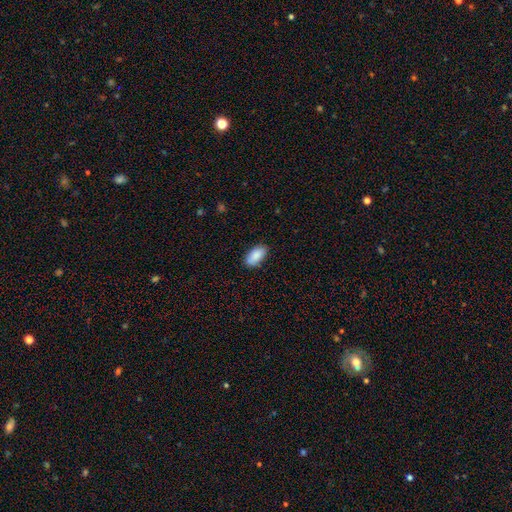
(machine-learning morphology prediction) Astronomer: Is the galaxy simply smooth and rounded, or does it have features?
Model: smooth — 89%.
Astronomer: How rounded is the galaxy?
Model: in between — 93%.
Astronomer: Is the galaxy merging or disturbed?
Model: none — 85%.